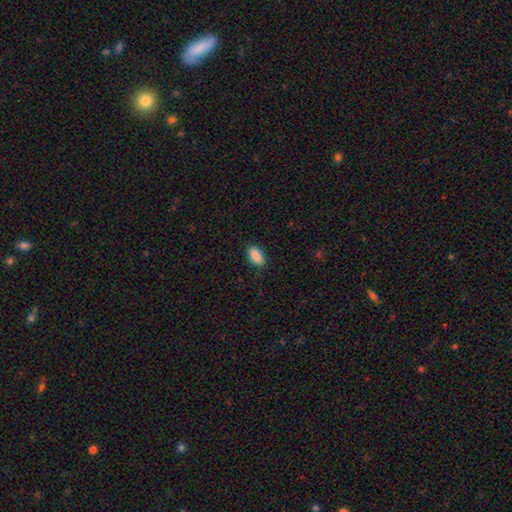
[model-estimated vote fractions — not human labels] Morphology: type=smooth (90%); roundness=in between (93%); merging=none (86%).